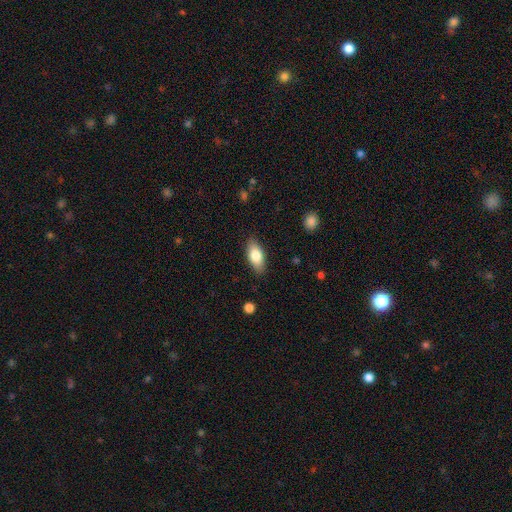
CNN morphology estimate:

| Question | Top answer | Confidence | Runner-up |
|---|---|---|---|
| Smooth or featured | smooth | 80% | featured or disk (14%) |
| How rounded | in between | 86% | cigar-shaped (11%) |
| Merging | none | 86% | minor disturbance (11%) |